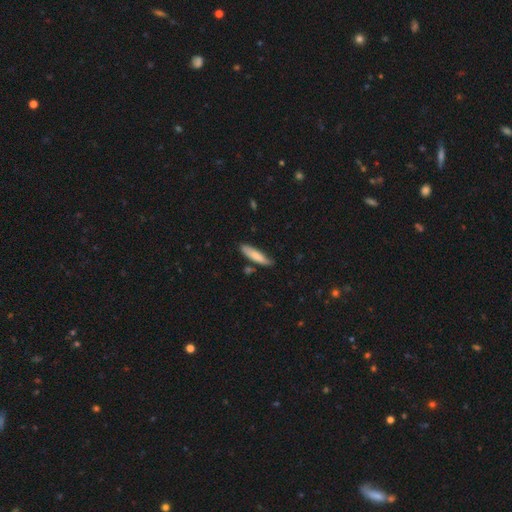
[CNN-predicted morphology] smooth_or_featured: smooth (p=0.78) [alt: featured or disk p=0.16]
how_rounded: cigar-shaped (p=0.72) [alt: in between p=0.27]
merging: none (p=0.69) [alt: minor disturbance p=0.23]